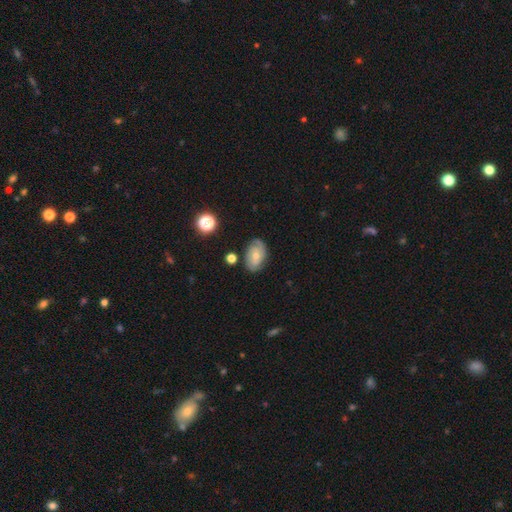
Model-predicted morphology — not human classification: Smooth or featured: featured or disk — 61% (smooth — 30%)
Edge-on disk: no — 95% (yes — 5%)
Bar: no — 72% (weak — 24%)
Spiral arms: yes — 84% (no — 16%)
Bulge size: small — 54% (moderate — 42%)
Merging: none — 75% (minor disturbance — 18%)